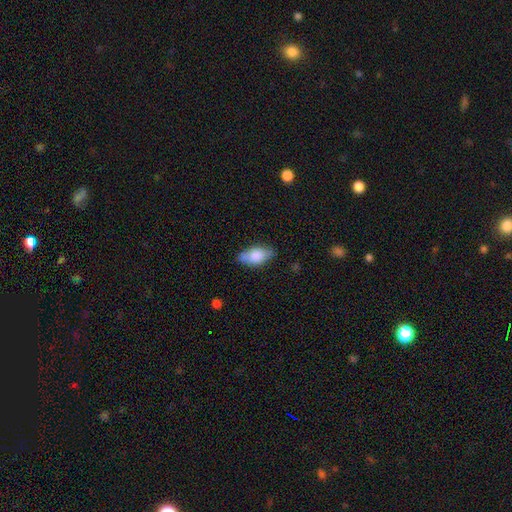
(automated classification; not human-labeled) smooth_or_featured: smooth (p=0.77) [alt: featured or disk p=0.16]
how_rounded: in between (p=0.89) [alt: cigar-shaped p=0.06]
merging: none (p=0.71) [alt: minor disturbance p=0.22]